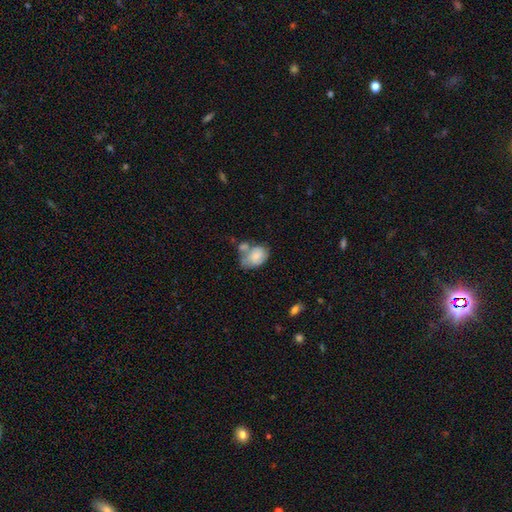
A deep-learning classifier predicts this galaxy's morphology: Q: Smooth or featured?
A: smooth (70%); runner-up: featured or disk (23%)
Q: How rounded?
A: in between (74%); runner-up: round (25%)
Q: Merging?
A: merger (40%); runner-up: none (27%)